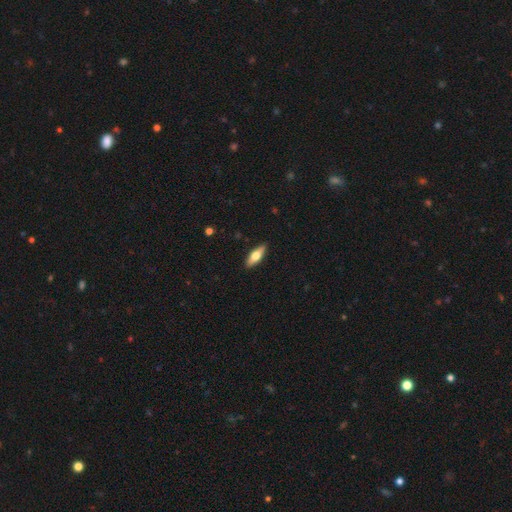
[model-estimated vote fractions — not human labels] A smooth galaxy with no disk features (62%) that is in between round and cigar-shaped (60%). Merging: none (89%).